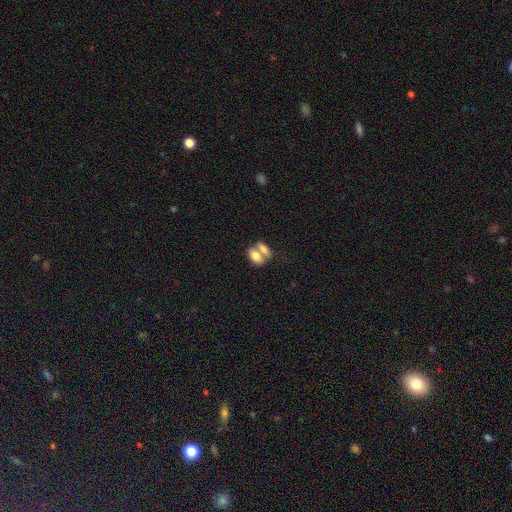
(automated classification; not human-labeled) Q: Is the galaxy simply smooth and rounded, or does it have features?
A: smooth — 76%.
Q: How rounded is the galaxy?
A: in between — 87%.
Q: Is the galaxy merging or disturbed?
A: merger — 60%.